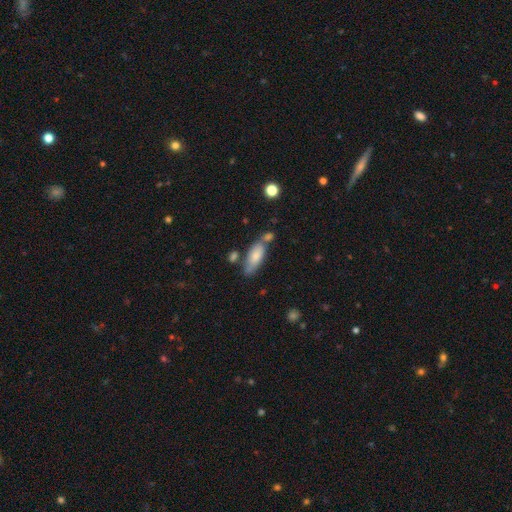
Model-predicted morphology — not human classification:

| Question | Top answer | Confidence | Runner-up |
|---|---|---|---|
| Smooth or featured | smooth | 76% | featured or disk (18%) |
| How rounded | in between | 73% | cigar-shaped (25%) |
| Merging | none | 53% | merger (20%) |